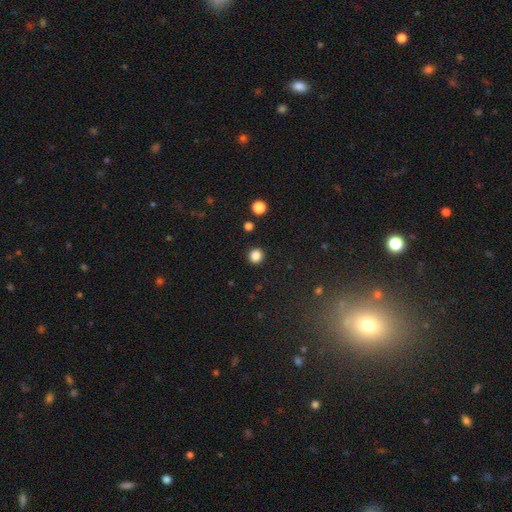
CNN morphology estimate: smooth-or-featured: smooth: 85% | star or artifact: 12% | featured or disk: 3%
  how-rounded: round: 94% | in between: 5% | cigar-shaped: 1%
  merging: none: 92% | minor disturbance: 5% | major disturbance: 2% | merger: 1%